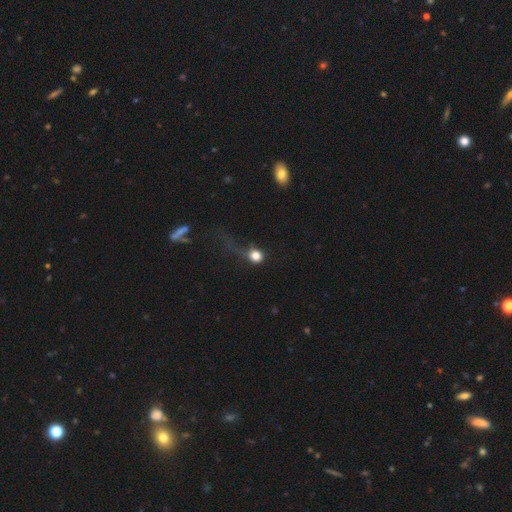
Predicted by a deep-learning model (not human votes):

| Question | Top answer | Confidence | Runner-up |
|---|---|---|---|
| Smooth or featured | smooth | 75% | star or artifact (14%) |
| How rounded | round | 84% | in between (14%) |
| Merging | major disturbance | 43% | none (32%) |